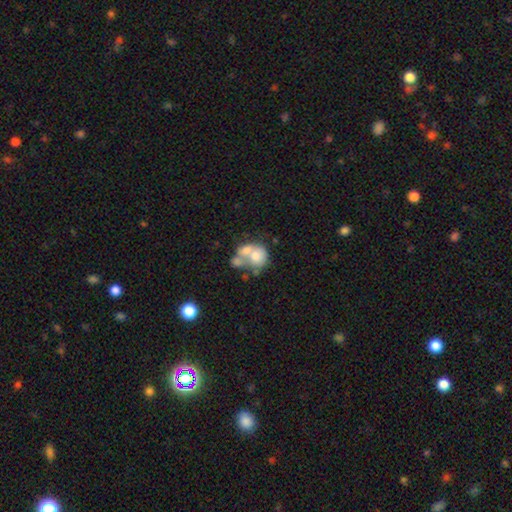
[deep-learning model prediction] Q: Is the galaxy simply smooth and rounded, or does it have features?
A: smooth — 60%.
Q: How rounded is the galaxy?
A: round — 60%.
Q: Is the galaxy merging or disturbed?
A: merger — 66%.